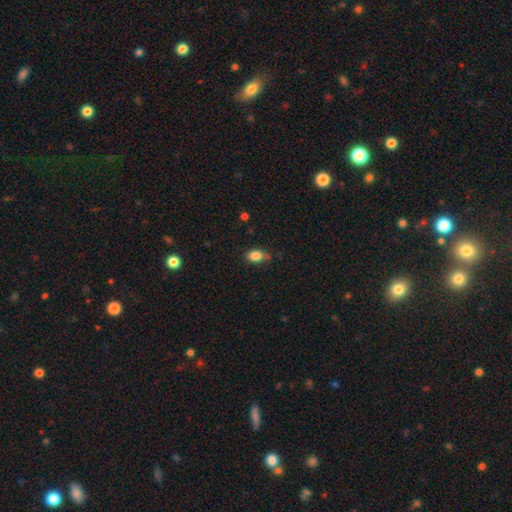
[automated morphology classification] Smooth or featured: smooth — 84% (star or artifact — 9%)
How rounded: in between — 77% (round — 21%)
Merging: none — 65% (minor disturbance — 27%)